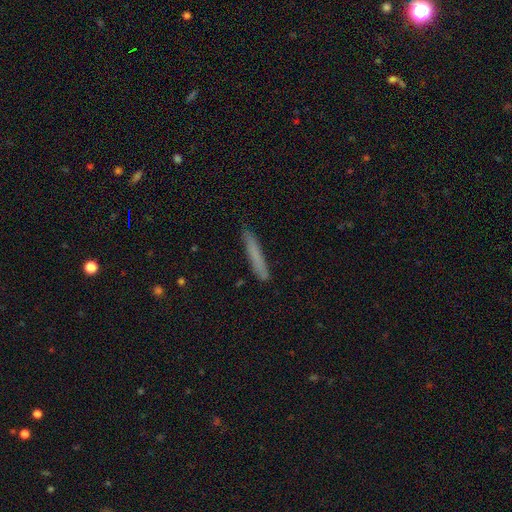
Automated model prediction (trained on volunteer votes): Smooth or featured? Predicted: smooth (p=0.73). How rounded? Predicted: cigar-shaped (p=0.96). Merging? Predicted: none (p=0.88).